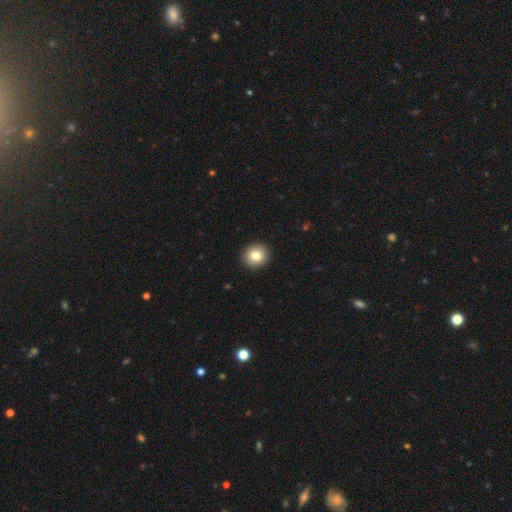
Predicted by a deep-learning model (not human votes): smooth-or-featured: smooth: 81% | featured or disk: 9% | star or artifact: 9%
  how-rounded: round: 86% | in between: 13% | cigar-shaped: 1%
  merging: none: 93% | minor disturbance: 5% | major disturbance: 2% | merger: 1%